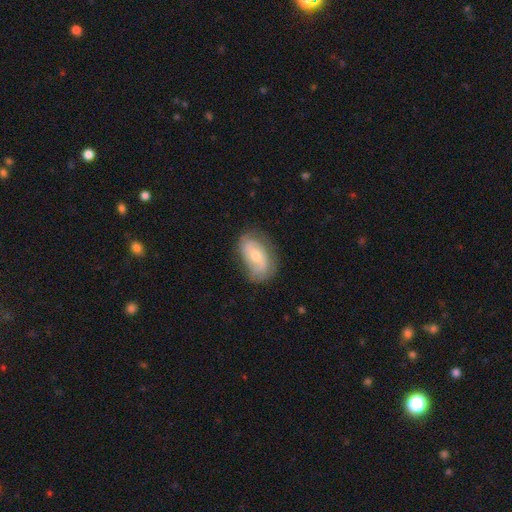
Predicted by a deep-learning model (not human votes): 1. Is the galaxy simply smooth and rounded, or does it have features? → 53% featured or disk, 41% smooth, 7% star or artifact.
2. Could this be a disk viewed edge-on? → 94% no, 6% yes.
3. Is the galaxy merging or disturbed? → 67% none, 23% minor disturbance, 8% major disturbance, 1% merger.